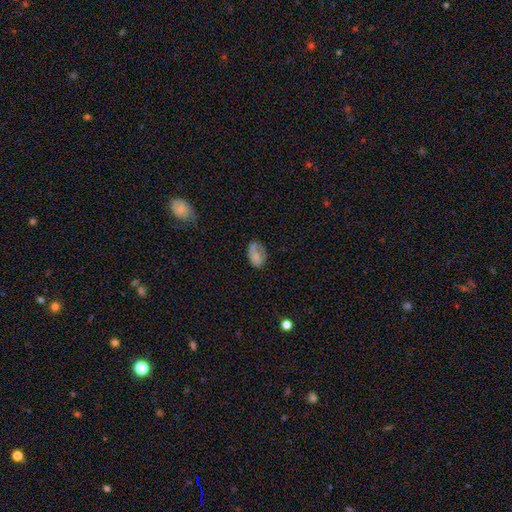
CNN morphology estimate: Q: Smooth or featured?
A: smooth (67%); runner-up: featured or disk (22%)
Q: How rounded?
A: in between (83%); runner-up: round (16%)
Q: Merging?
A: none (50%); runner-up: minor disturbance (29%)